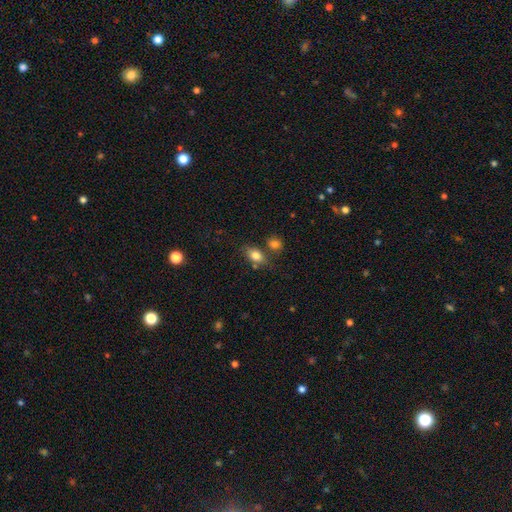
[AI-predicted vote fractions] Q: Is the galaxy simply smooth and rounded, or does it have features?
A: smooth — 80%.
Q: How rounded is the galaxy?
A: in between — 79%.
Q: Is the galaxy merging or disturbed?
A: none — 63%.